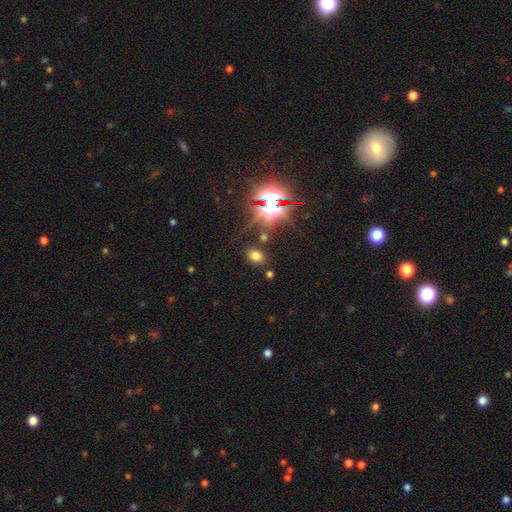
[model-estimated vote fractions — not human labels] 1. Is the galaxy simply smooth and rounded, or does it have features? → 64% smooth, 28% star or artifact, 8% featured or disk.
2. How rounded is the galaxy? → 65% in between, 33% round, 2% cigar-shaped.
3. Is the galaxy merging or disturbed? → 81% none, 10% minor disturbance, 5% merger, 4% major disturbance.